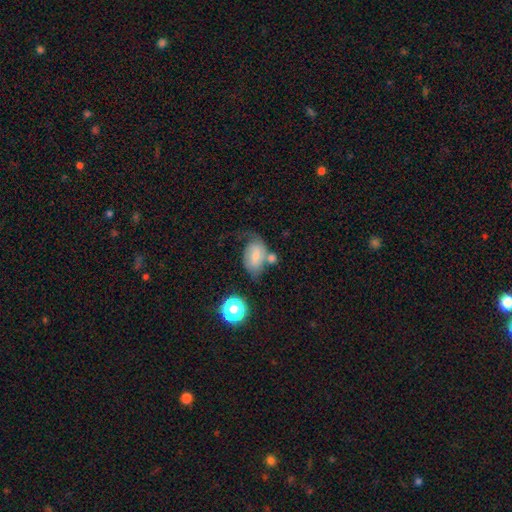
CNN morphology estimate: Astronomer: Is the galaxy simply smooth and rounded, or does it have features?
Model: smooth — 52% (runner-up: featured or disk, 38%).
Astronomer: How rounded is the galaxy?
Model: in between — 80%.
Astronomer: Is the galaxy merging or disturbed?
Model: none — 37% (runner-up: minor disturbance, 23%).